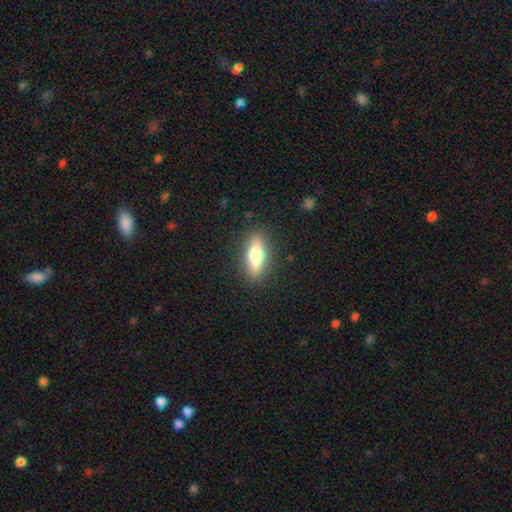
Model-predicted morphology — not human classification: smooth-or-featured: smooth: 64% | featured or disk: 29% | star or artifact: 7%
  how-rounded: in between: 61% | cigar-shaped: 35% | round: 4%
  merging: none: 88% | minor disturbance: 8% | major disturbance: 2% | merger: 1%